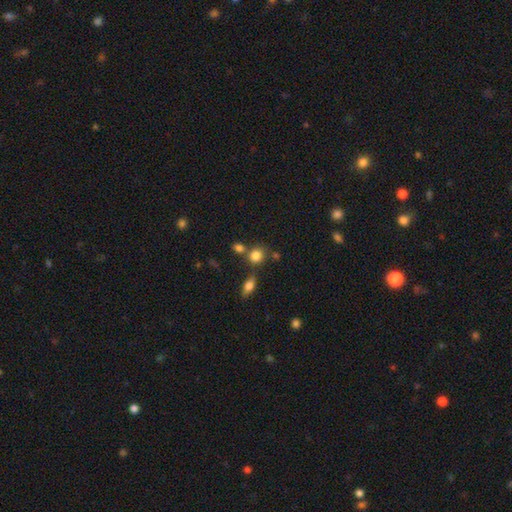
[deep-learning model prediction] Smooth or featured? Predicted: smooth (p=0.81). How rounded? Predicted: round (p=0.76). Merging? Predicted: none (p=0.62).